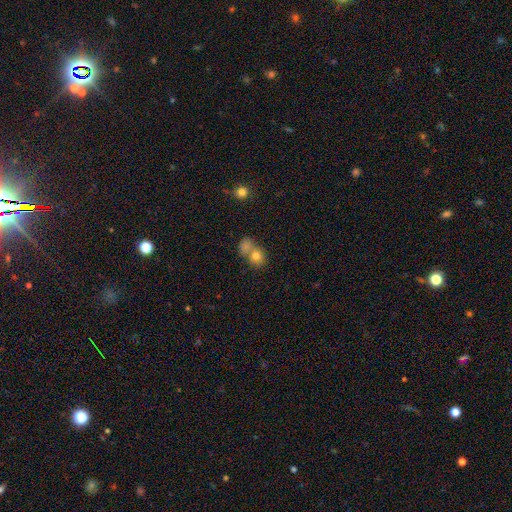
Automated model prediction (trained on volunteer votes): Smooth or featured? Predicted: smooth (p=0.77). How rounded? Predicted: round (p=0.69). Merging? Predicted: merger (p=0.54).